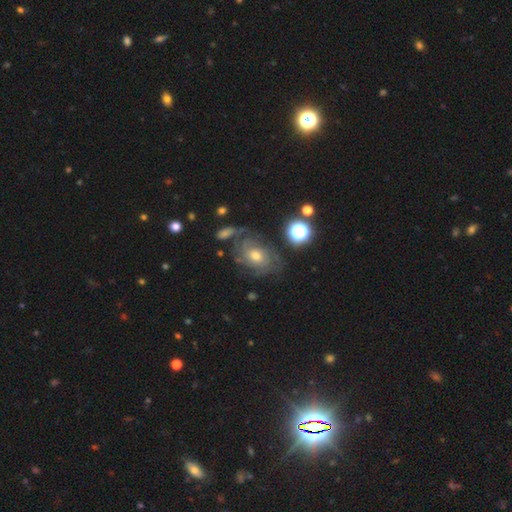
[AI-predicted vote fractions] featured or disk 73%, smooth 15%, star or artifact 12%. Down the decision tree: edge-on disk — no (96%); bar — no (75%); spiral arms — yes (90%); spiral arm count — can't tell (44%); spiral winding — tight (59%); bulge size — moderate (62%); merging — none (64%).